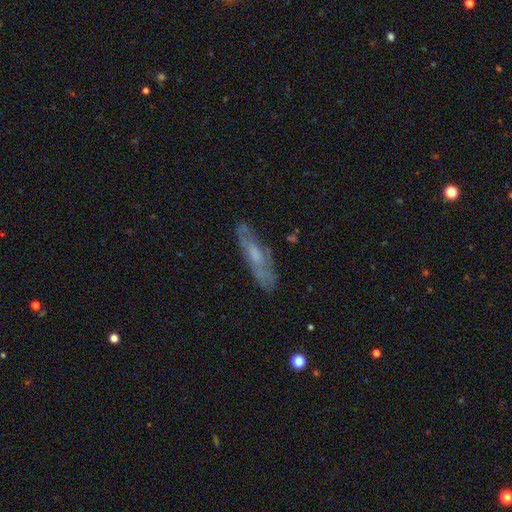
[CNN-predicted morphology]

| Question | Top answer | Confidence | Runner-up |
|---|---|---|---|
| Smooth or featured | featured or disk | 55% | smooth (36%) |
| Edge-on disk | no | 57% | yes (43%) |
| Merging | none | 76% | minor disturbance (17%) |